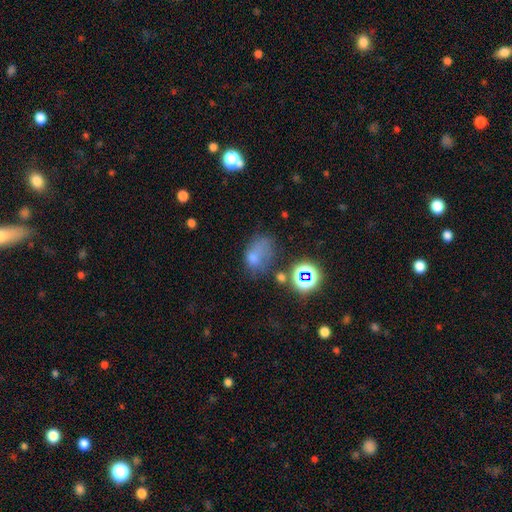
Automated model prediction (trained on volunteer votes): smooth 58%, star or artifact 23%, featured or disk 18%. Down the decision tree: how rounded — in between (76%); merging — none (31%).